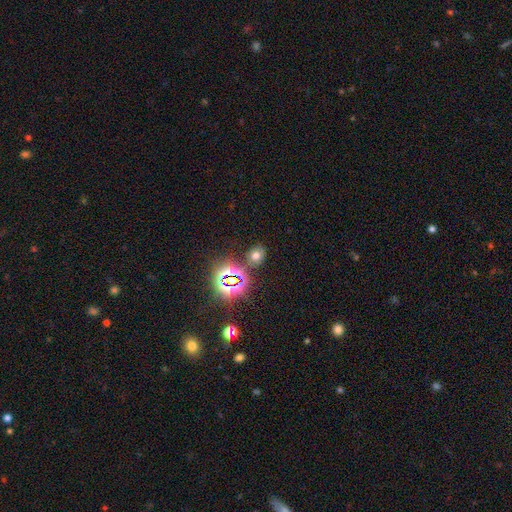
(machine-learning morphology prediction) A smooth galaxy with no disk features (58%) that is round (57%).

Vote fractions:
- Smooth or featured? smooth: 58% / star or artifact: 33% / featured or disk: 9%
- How rounded? round: 57% / in between: 42% / cigar-shaped: 1%
- Merging? none: 78% / minor disturbance: 11% / merger: 7% / major disturbance: 4%